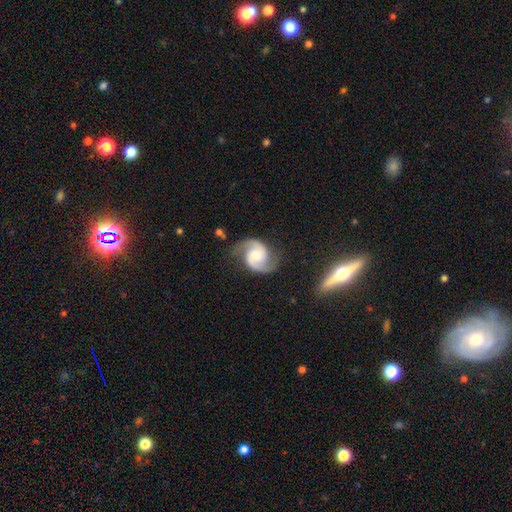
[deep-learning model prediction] A featured or disk galaxy (89%) with no bar (59%), 2 (94%) medium (57%) spiral arms (98%) and a moderate central bulge (49%). Merging: none (76%).